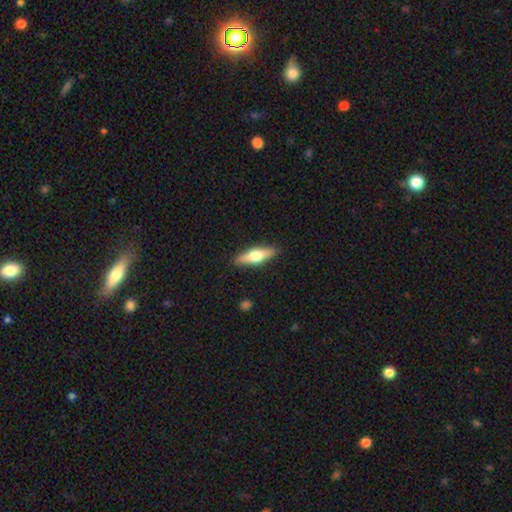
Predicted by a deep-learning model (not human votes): A smooth galaxy with no disk features (48%). Merging: none (90%).